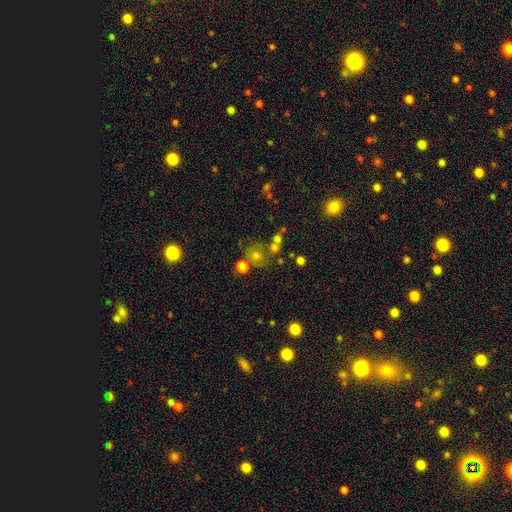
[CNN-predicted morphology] type=smooth (62%); roundness=round (82%); merging=none (55%).